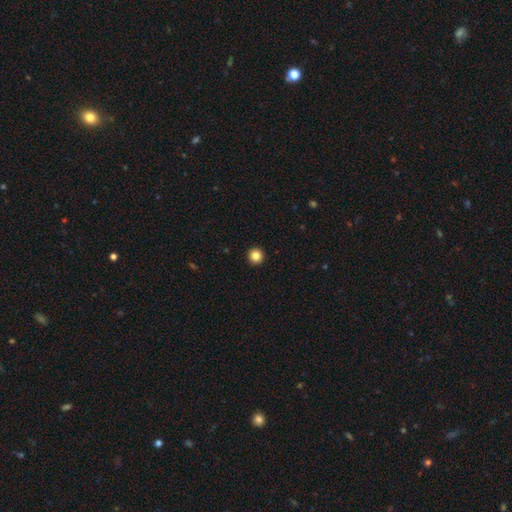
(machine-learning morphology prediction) Smooth or featured?
  - smooth: 85% *
  - star or artifact: 11%
  - featured or disk: 4%
How rounded?
  - round: 96% *
  - in between: 3%
  - cigar-shaped: 1%
Merging?
  - none: 94% *
  - minor disturbance: 4%
  - major disturbance: 1%
  - merger: 1%